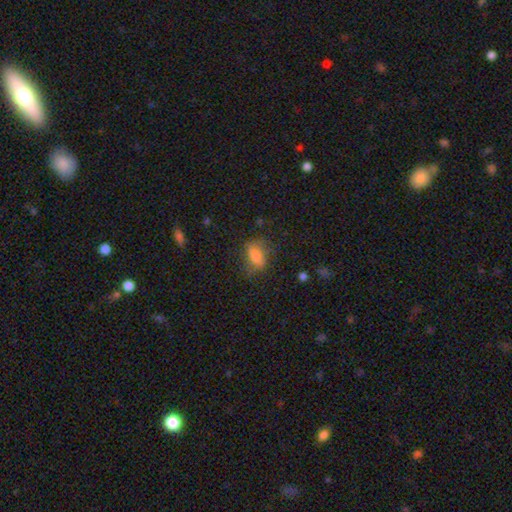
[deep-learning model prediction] Overall: smooth (66%). How rounded: in between (78%). Merging: none (63%; minor disturbance 23%).